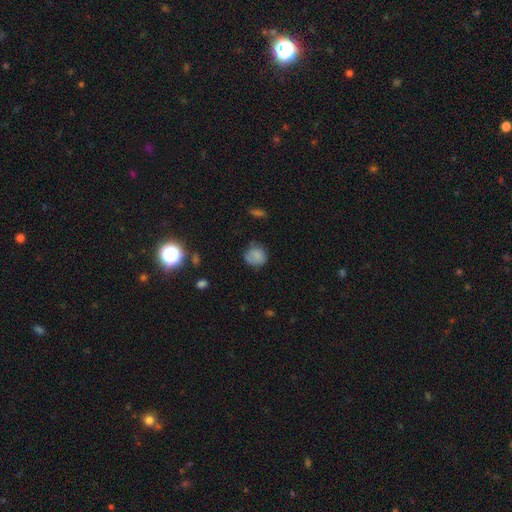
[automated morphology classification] The model was most divided on "merging": none: 63%, minor disturbance: 27%, major disturbance: 8%, merger: 3%. More confident: how rounded — round (82%); smooth or featured — smooth (79%).